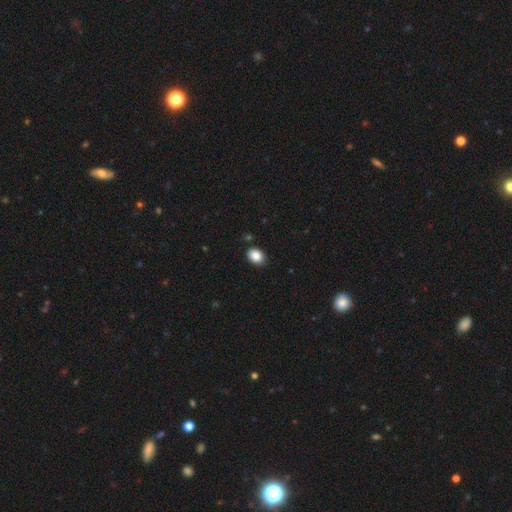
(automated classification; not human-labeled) Morphology: type=smooth (86%); roundness=in between (64%); merging=none (88%).